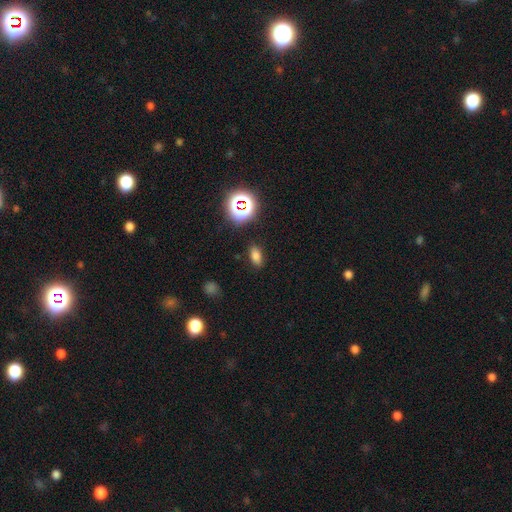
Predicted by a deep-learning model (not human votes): Smooth or featured?
  - smooth: 74% *
  - star or artifact: 20%
  - featured or disk: 7%
How rounded?
  - in between: 84% *
  - round: 9%
  - cigar-shaped: 7%
Merging?
  - none: 86% *
  - minor disturbance: 9%
  - major disturbance: 3%
  - merger: 2%